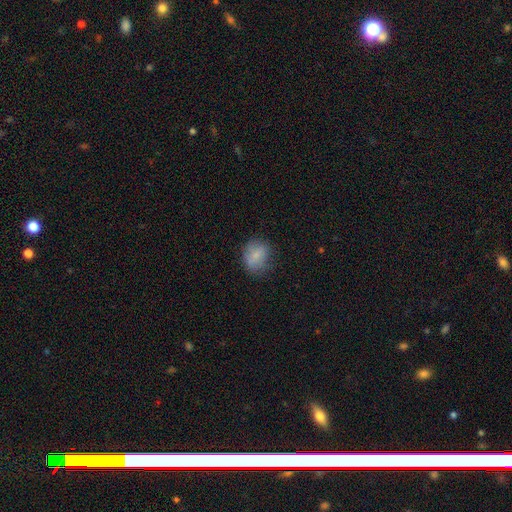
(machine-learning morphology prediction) smooth_or_featured: smooth (p=0.78) [alt: featured or disk p=0.12]
how_rounded: round (p=0.59) [alt: in between p=0.39]
merging: none (p=0.65) [alt: minor disturbance p=0.24]